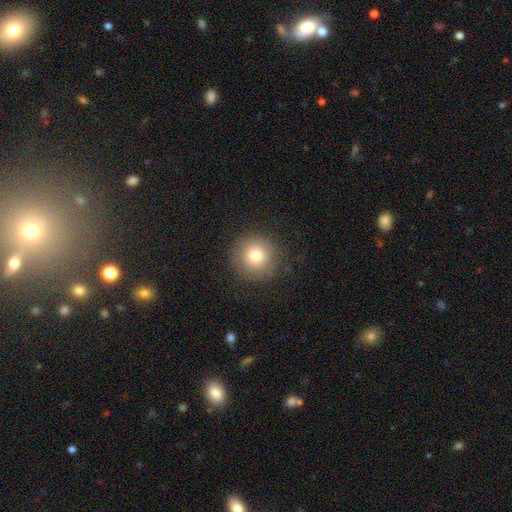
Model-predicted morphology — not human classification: Smooth or featured? smooth (77%)
How rounded? round (95%)
Merging? none (89%)